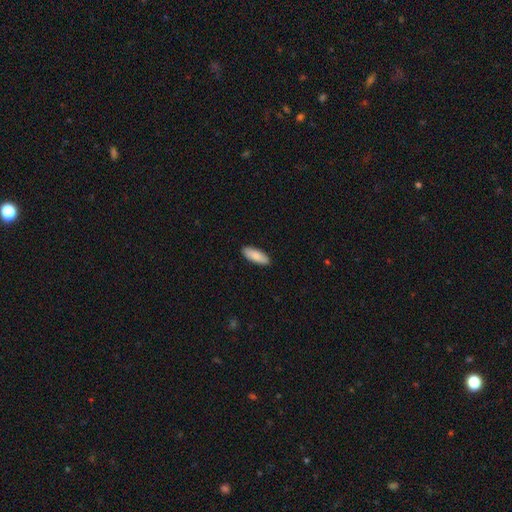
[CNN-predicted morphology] smooth-or-featured: smooth: 86% | featured or disk: 8% | star or artifact: 5%
  how-rounded: in between: 67% | cigar-shaped: 31% | round: 2%
  merging: none: 90% | minor disturbance: 7% | major disturbance: 1% | merger: 1%